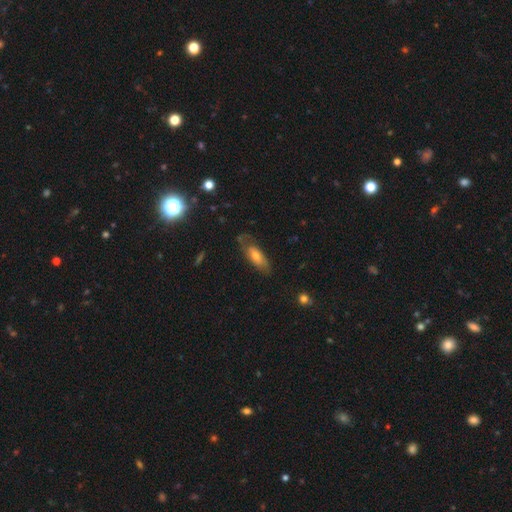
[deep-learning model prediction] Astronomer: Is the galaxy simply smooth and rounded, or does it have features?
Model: smooth — 55% (runner-up: featured or disk, 38%).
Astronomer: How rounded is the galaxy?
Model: in between — 69%.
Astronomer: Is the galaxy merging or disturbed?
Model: none — 59%.